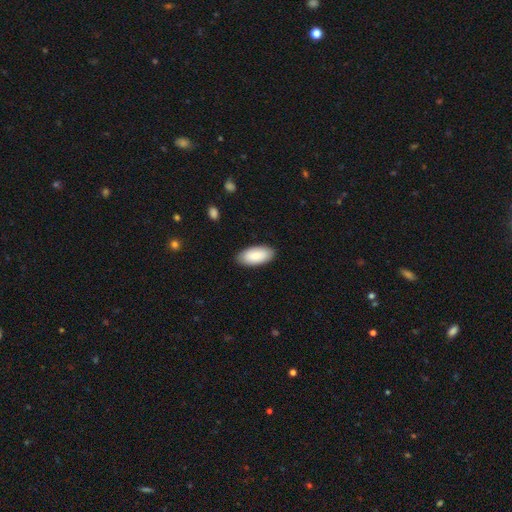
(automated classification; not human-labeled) This appears to be a smooth galaxy with no disk features (84%) that is in between round and cigar-shaped (94%). Merging: none (87%).